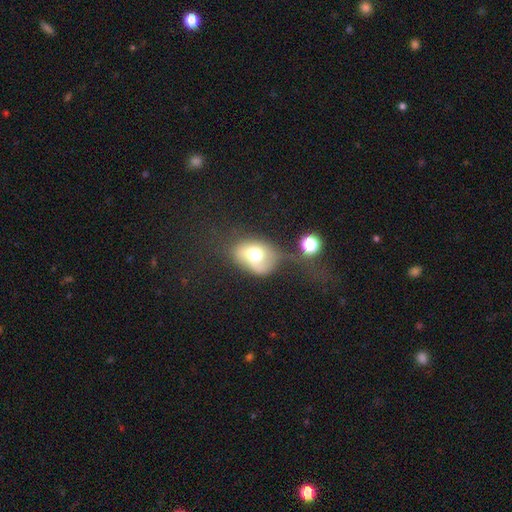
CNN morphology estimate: This is likely a smooth galaxy (61%). How rounded: likely in between (61%). Merging: marginally none (37%).